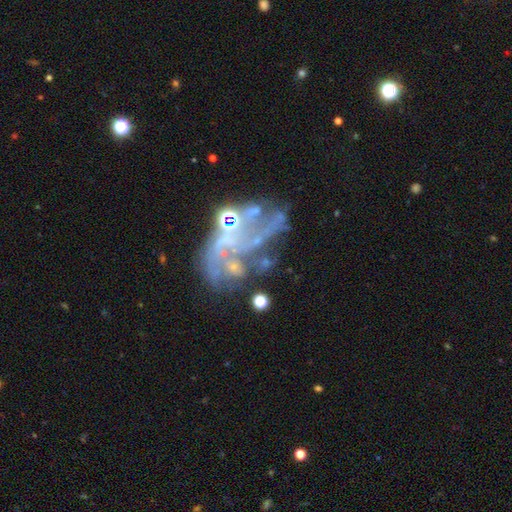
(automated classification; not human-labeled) featured or disk 71%, star or artifact 18%, smooth 11%. Down the decision tree: edge-on disk — no (97%); bar — no (80%); spiral arms — no (60%); bulge size — none (56%); merging — major disturbance (39%).